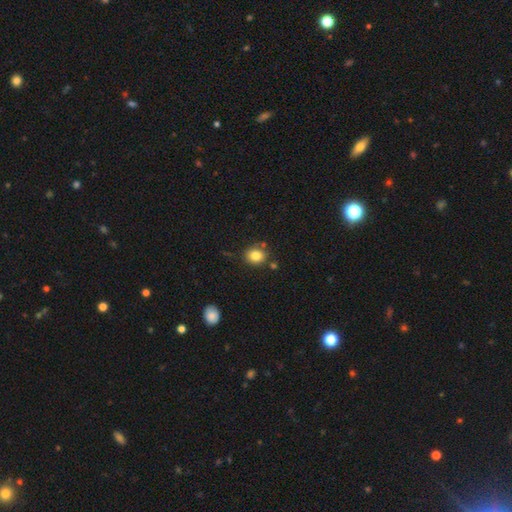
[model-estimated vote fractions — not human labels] A smooth galaxy with no disk features (83%) that is round (72%).

Vote fractions:
- Smooth or featured? smooth: 83% / star or artifact: 11% / featured or disk: 7%
- How rounded? round: 72% / in between: 27% / cigar-shaped: 1%
- Merging? none: 80% / minor disturbance: 11% / merger: 6% / major disturbance: 3%